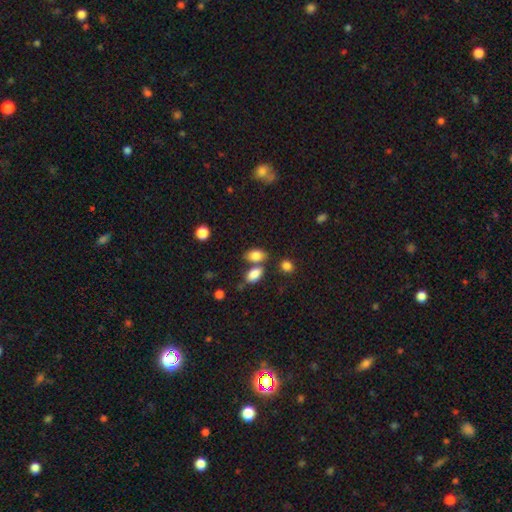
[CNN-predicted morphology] This is clearly a smooth galaxy (83%). How rounded: clearly in between (87%). Merging: possibly none (53%).